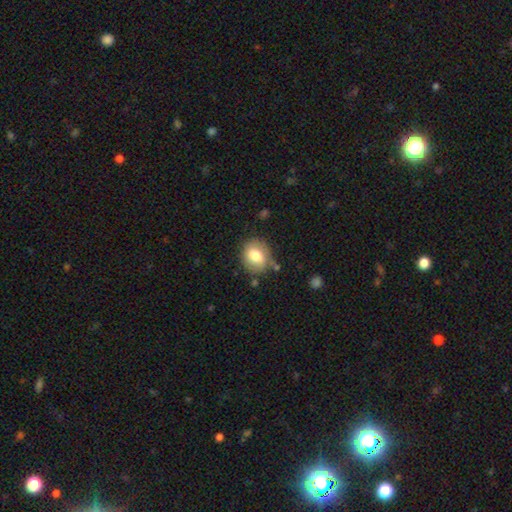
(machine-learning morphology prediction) smooth-or-featured: smooth: 76% | featured or disk: 16% | star or artifact: 8%
  how-rounded: round: 59% | in between: 40% | cigar-shaped: 1%
  merging: none: 69% | minor disturbance: 21% | major disturbance: 6% | merger: 4%